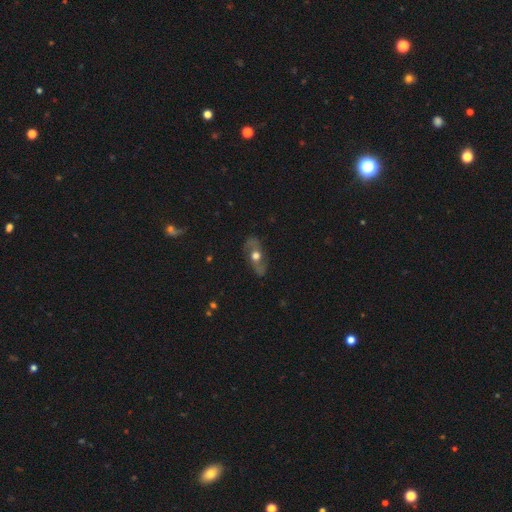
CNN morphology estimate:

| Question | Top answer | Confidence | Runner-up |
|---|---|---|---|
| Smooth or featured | featured or disk | 63% | smooth (28%) |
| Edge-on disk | no | 75% | yes (25%) |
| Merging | none | 76% | minor disturbance (15%) |